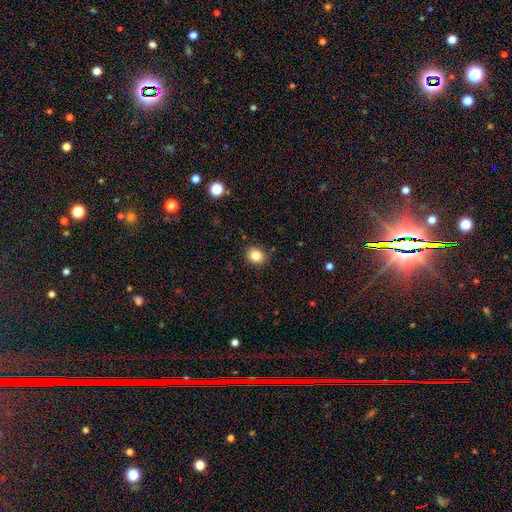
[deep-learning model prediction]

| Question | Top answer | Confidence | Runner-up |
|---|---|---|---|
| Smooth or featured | smooth | 84% | star or artifact (11%) |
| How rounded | round | 70% | in between (29%) |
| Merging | none | 89% | minor disturbance (8%) |